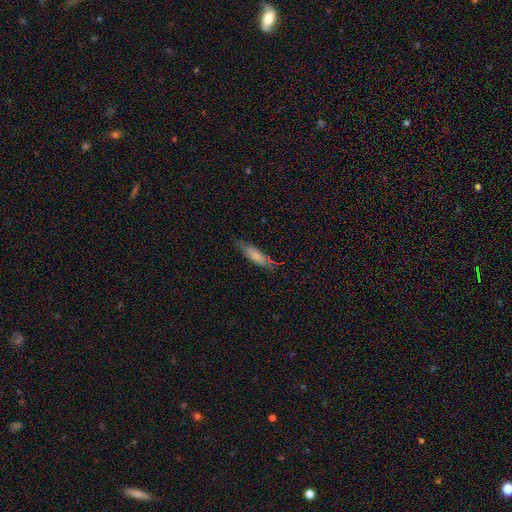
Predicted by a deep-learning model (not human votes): A smooth galaxy with no disk features (72%) that is cigar-shaped (58%).

Vote fractions:
- Smooth or featured? smooth: 72% / featured or disk: 21% / star or artifact: 7%
- How rounded? cigar-shaped: 58% / in between: 41% / round: 2%
- Merging? none: 72% / minor disturbance: 21% / major disturbance: 5% / merger: 2%